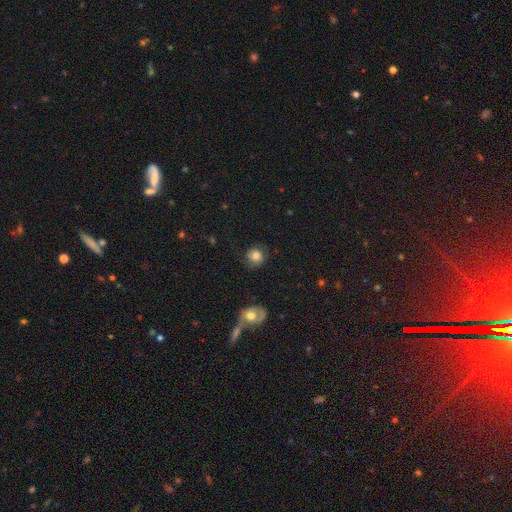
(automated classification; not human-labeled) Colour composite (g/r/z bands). It shows a smooth galaxy with no disk features (68%) that is round (85%). Merging: none (73%).